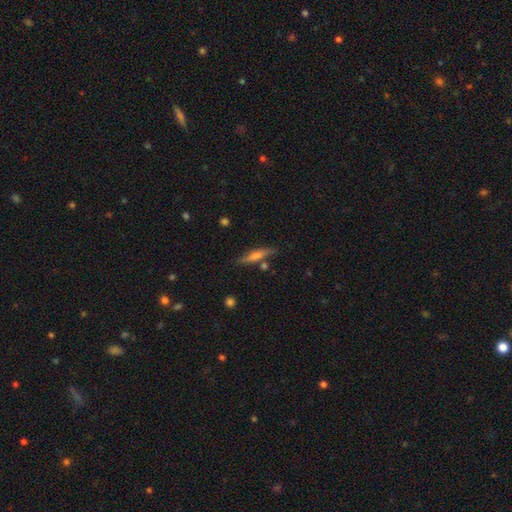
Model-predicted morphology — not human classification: type=smooth (53%); roundness=cigar-shaped (86%); merging=none (78%).